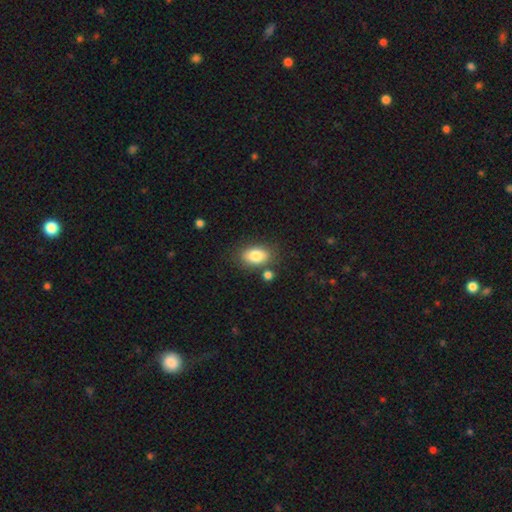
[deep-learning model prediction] Smooth or featured: smooth — 82% (featured or disk — 10%)
How rounded: in between — 87% (round — 11%)
Merging: none — 75% (minor disturbance — 13%)